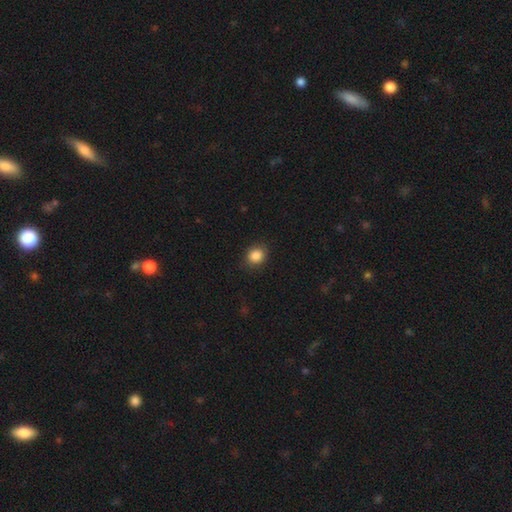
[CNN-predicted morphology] Q: Smooth or featured?
A: smooth (86%); runner-up: star or artifact (9%)
Q: How rounded?
A: round (67%); runner-up: in between (32%)
Q: Merging?
A: none (85%); runner-up: minor disturbance (11%)